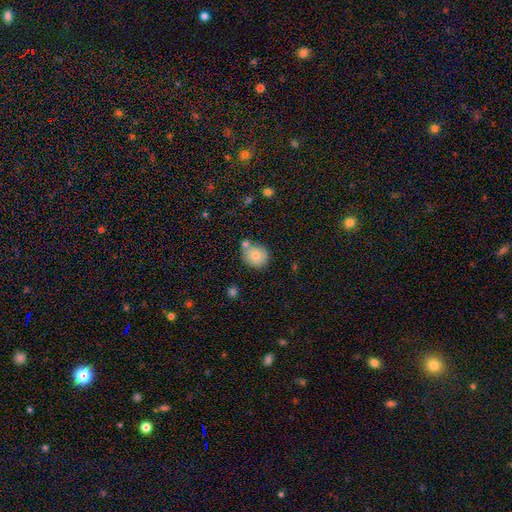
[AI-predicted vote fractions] This is likely a smooth galaxy (76%). How rounded: likely round (78%). Merging: likely none (61%).